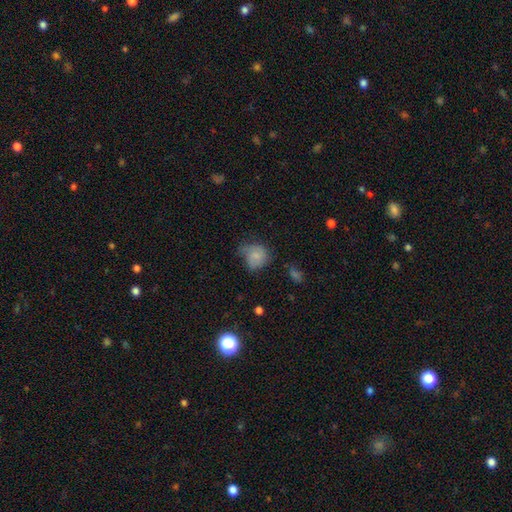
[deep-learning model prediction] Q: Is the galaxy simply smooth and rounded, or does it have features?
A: smooth — 74%.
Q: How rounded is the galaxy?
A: round — 66%.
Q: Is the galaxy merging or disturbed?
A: none — 38%, tied with minor disturbance.